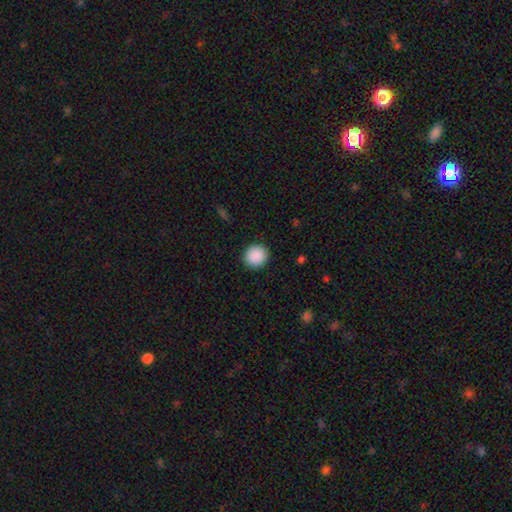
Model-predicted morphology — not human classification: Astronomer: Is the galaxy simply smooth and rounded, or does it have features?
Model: smooth — 90%.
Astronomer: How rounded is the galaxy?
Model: round — 92%.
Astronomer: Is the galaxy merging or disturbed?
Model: none — 92%.